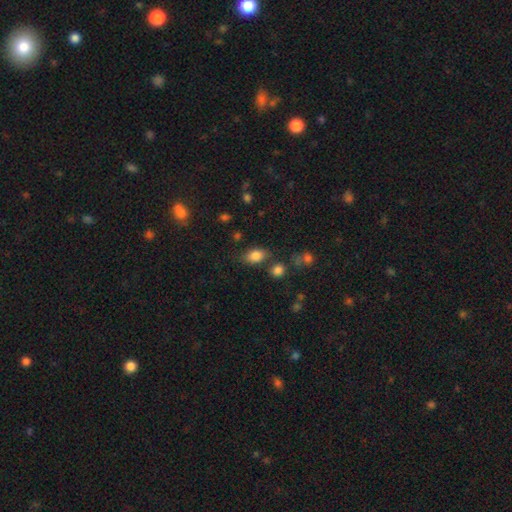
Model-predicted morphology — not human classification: smooth-or-featured: smooth: 83% | star or artifact: 10% | featured or disk: 7%
  how-rounded: in between: 83% | round: 15% | cigar-shaped: 2%
  merging: none: 70% | minor disturbance: 16% | merger: 9% | major disturbance: 5%